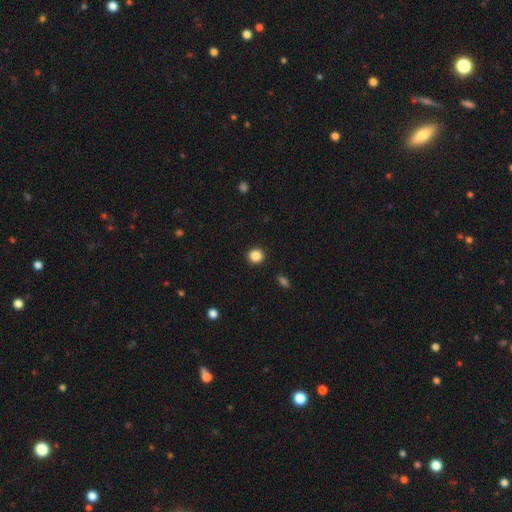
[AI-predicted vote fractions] Smooth or featured: smooth — 86% (star or artifact — 11%)
How rounded: round — 91% (in between — 8%)
Merging: none — 92% (minor disturbance — 5%)